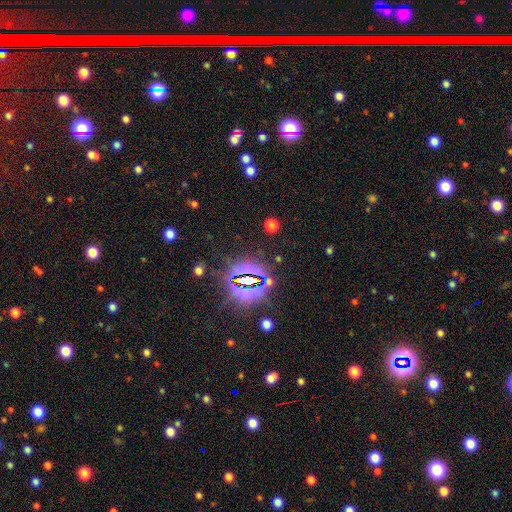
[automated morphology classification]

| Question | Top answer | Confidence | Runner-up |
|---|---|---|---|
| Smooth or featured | star or artifact | 81% | smooth (11%) |